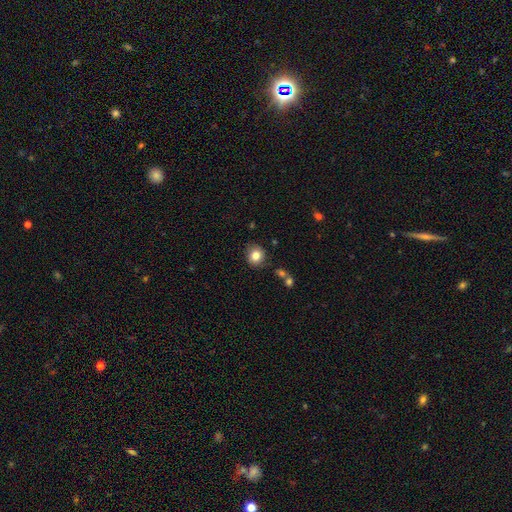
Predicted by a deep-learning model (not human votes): smooth 82%, star or artifact 10%, featured or disk 8%. Down the decision tree: how rounded — round (84%); merging — none (83%).